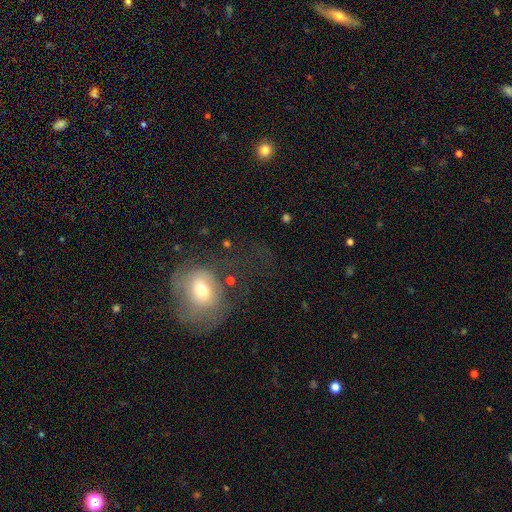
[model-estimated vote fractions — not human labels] A smooth galaxy with no disk features (48%). Merging: none (38%).